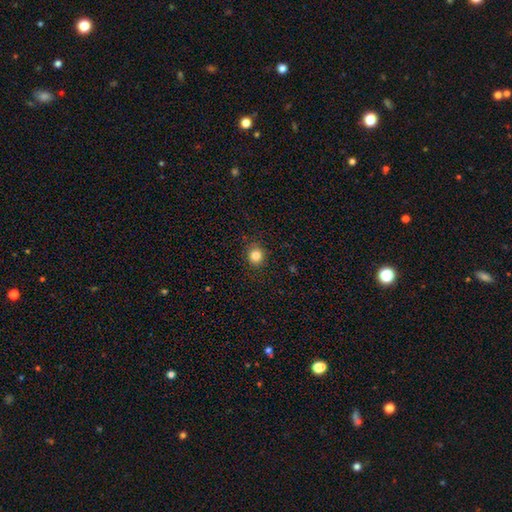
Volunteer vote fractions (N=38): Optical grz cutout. It shows a smooth galaxy with no disk features (87%) that is round (85%). Merging: none (92%).